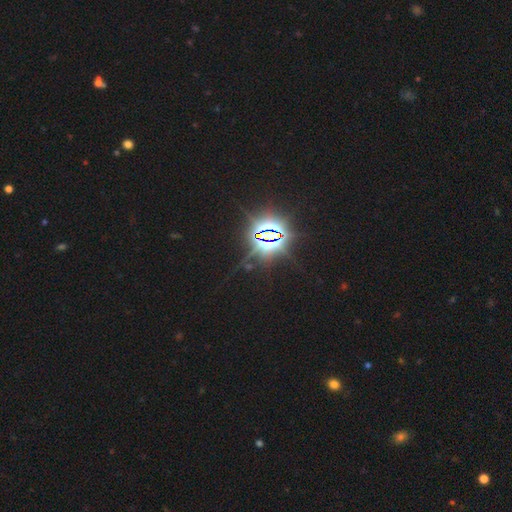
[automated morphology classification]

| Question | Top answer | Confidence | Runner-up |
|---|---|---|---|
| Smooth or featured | star or artifact | 86% | smooth (9%) |